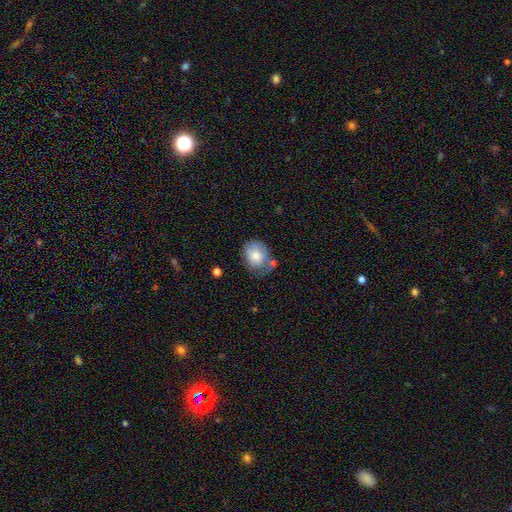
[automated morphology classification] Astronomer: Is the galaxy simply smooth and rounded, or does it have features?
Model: smooth — 74%.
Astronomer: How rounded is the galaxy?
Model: round — 52% (runner-up: in between, 48%).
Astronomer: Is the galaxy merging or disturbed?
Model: none — 45% (runner-up: minor disturbance, 29%).